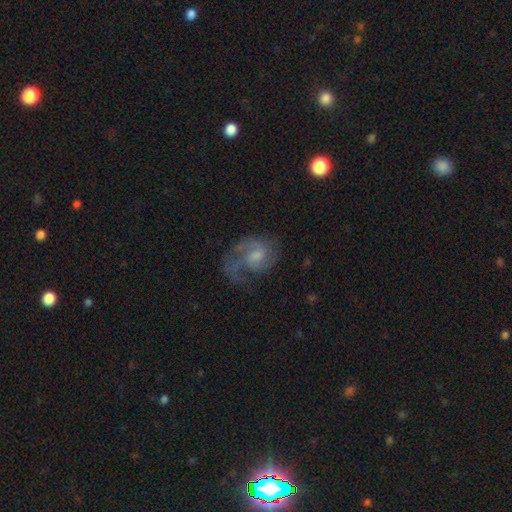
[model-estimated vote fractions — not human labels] This appears to be a featured or disk galaxy (75%) with no bar (58%), 2 (50%) medium (48%) spiral arms (91%) and a small central bulge (45%). Merging: none (55%).